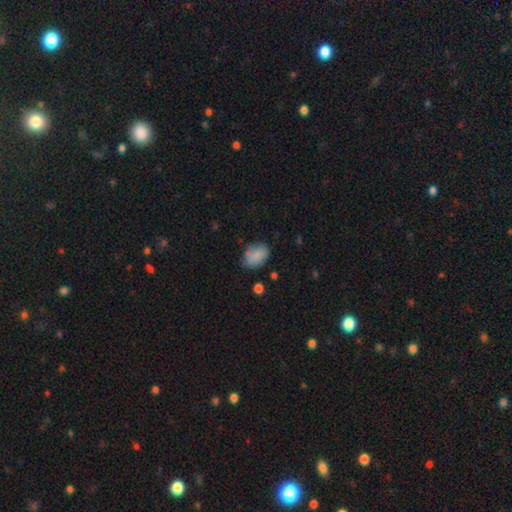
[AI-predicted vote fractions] Smooth or featured?
  - smooth: 83% *
  - featured or disk: 9%
  - star or artifact: 8%
How rounded?
  - in between: 82% *
  - round: 17%
  - cigar-shaped: 1%
Merging?
  - none: 68% *
  - minor disturbance: 22%
  - major disturbance: 6%
  - merger: 4%